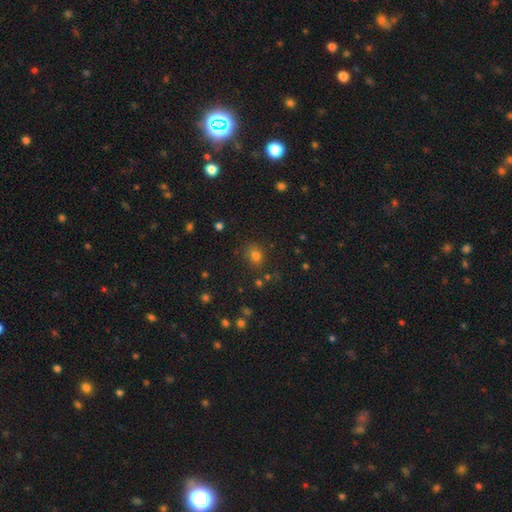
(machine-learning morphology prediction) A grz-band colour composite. It shows a smooth galaxy with no disk features (75%) that is round (67%). Merging: none (81%).